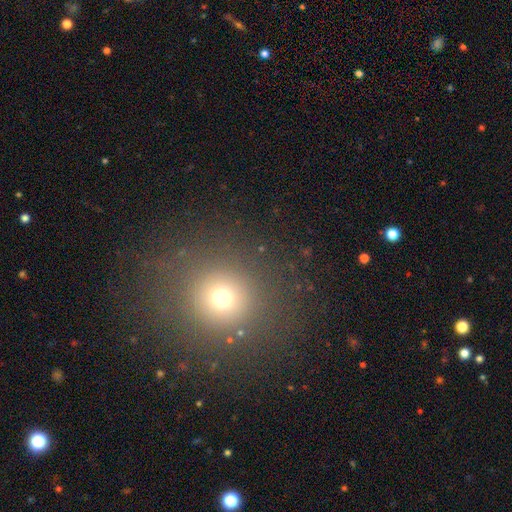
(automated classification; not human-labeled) smooth_or_featured: smooth (p=0.62) [alt: star or artifact p=0.30]
how_rounded: round (p=0.89) [alt: in between p=0.10]
merging: none (p=0.89) [alt: minor disturbance p=0.06]